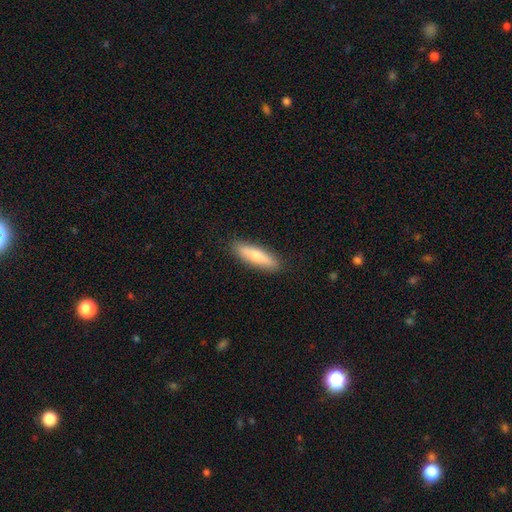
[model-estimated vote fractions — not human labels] This appears to be a smooth galaxy with no disk features (66%) that is cigar-shaped (69%). Merging: none (89%).